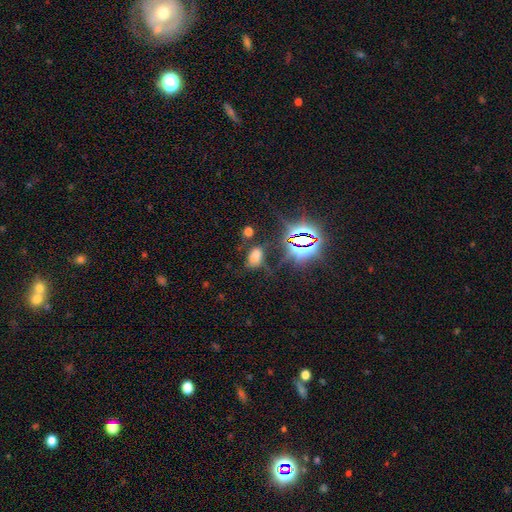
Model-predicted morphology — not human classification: type=smooth (54%); roundness=in between (88%); merging=none (56%).